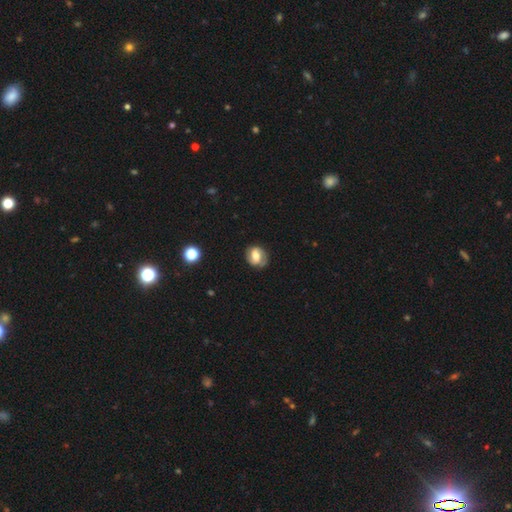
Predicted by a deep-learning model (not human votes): Smooth or featured: featured or disk — 48% (smooth — 43%)
Merging: none — 75% (minor disturbance — 17%)